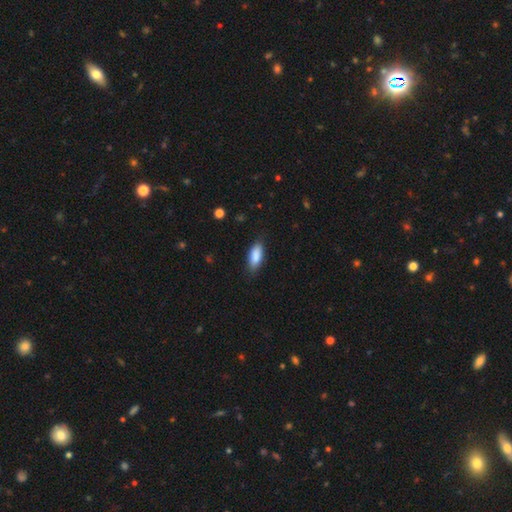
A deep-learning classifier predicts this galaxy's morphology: smooth 87%, featured or disk 6%, star or artifact 6%. Down the decision tree: how rounded — in between (78%); merging — none (82%).